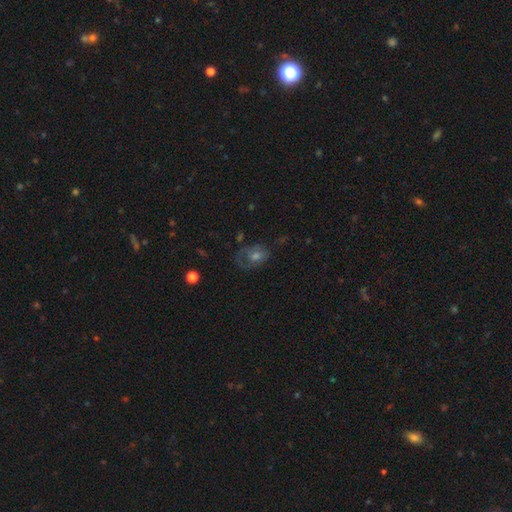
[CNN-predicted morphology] smooth_or_featured: featured or disk (p=0.46) [alt: smooth p=0.37]
merging: none (p=0.52) [alt: minor disturbance p=0.24]